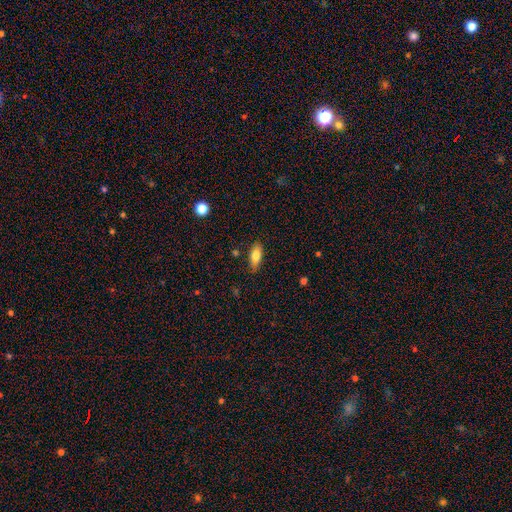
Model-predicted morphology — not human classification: Smooth or featured? smooth (80%)
How rounded? in between (81%)
Merging? none (84%)